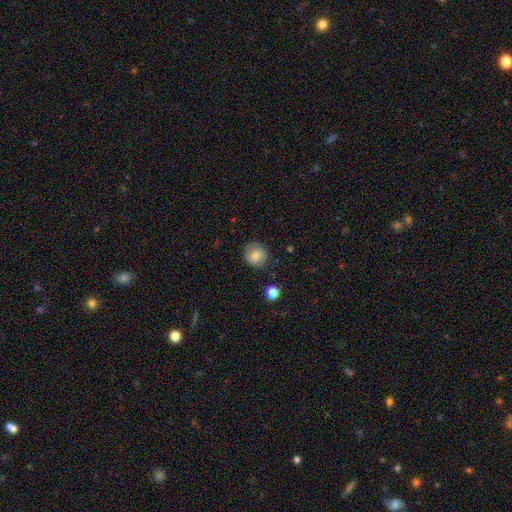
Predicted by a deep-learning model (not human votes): Smooth or featured?
  - smooth: 77% *
  - featured or disk: 14%
  - star or artifact: 9%
How rounded?
  - round: 82% *
  - in between: 17%
  - cigar-shaped: 1%
Merging?
  - none: 78% *
  - minor disturbance: 16%
  - major disturbance: 4%
  - merger: 2%